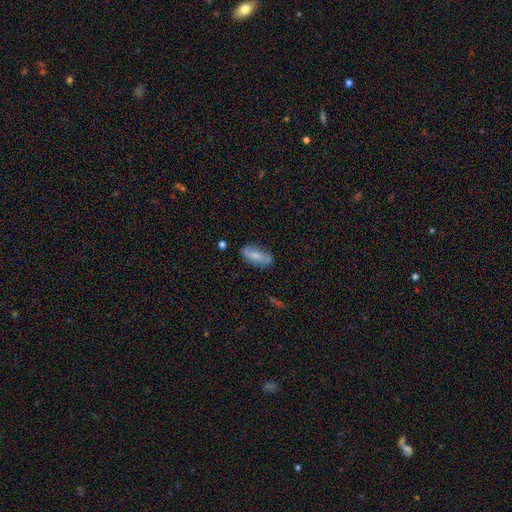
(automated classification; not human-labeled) smooth 64%, featured or disk 30%, star or artifact 7%. Down the decision tree: how rounded — in between (79%); merging — none (75%).